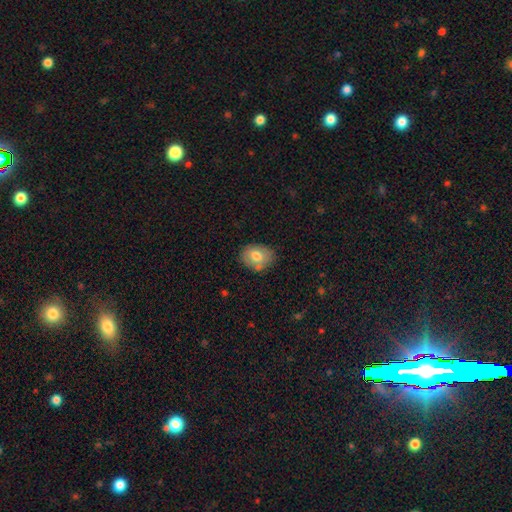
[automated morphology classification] smooth-or-featured: smooth: 73% | featured or disk: 19% | star or artifact: 8%
  how-rounded: in between: 60% | round: 39% | cigar-shaped: 1%
  merging: none: 76% | minor disturbance: 17% | merger: 4% | major disturbance: 3%